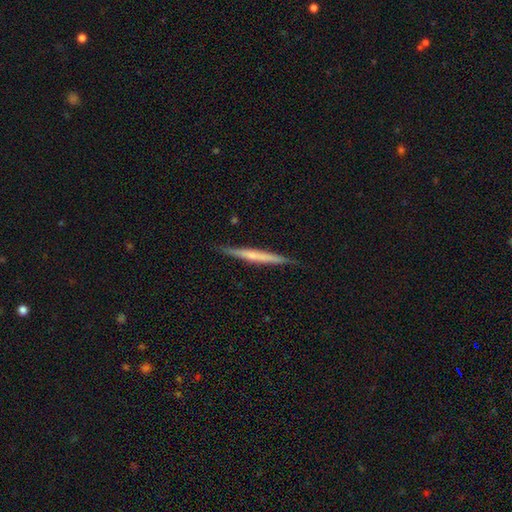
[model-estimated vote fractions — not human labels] A featured or disk galaxy (55%) viewed edge-on (97%) with no central bulge (65%). Merging: none (89%).